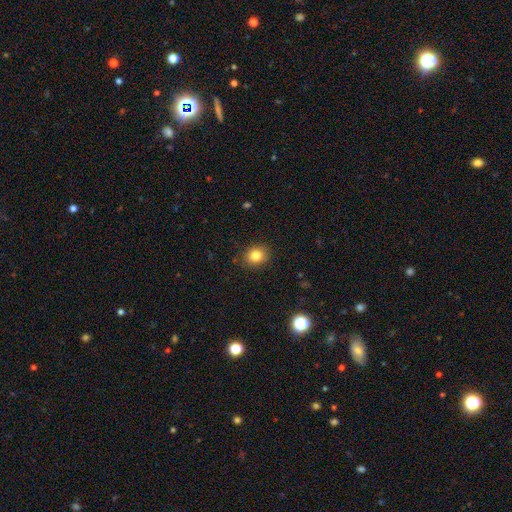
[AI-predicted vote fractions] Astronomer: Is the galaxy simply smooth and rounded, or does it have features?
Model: smooth — 82%.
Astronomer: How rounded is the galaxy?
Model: round — 64%.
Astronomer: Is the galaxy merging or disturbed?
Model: none — 88%.